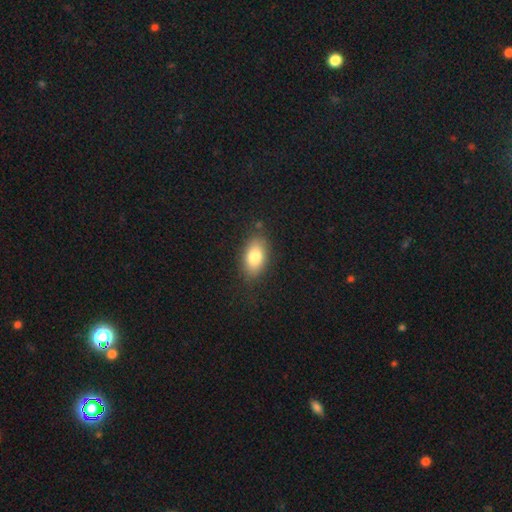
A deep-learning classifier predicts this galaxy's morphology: A smooth galaxy with no disk features (79%) that is in between round and cigar-shaped (88%).

Vote fractions:
- Smooth or featured? smooth: 79% / featured or disk: 12% / star or artifact: 9%
- How rounded? in between: 88% / round: 8% / cigar-shaped: 4%
- Merging? none: 84% / minor disturbance: 12% / major disturbance: 3% / merger: 1%